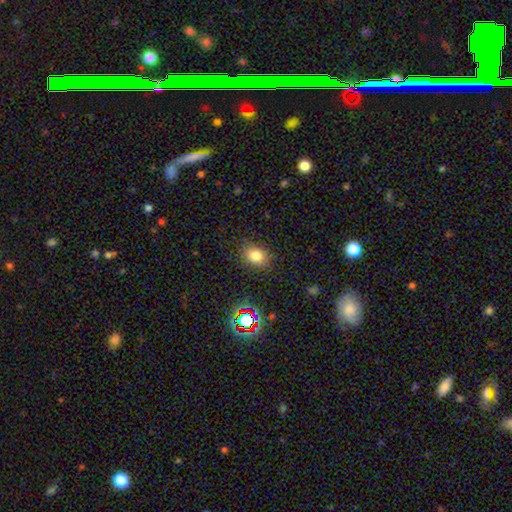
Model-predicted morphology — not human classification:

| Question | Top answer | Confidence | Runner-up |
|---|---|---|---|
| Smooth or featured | smooth | 78% | star or artifact (14%) |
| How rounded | in between | 63% | round (36%) |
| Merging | none | 83% | minor disturbance (12%) |